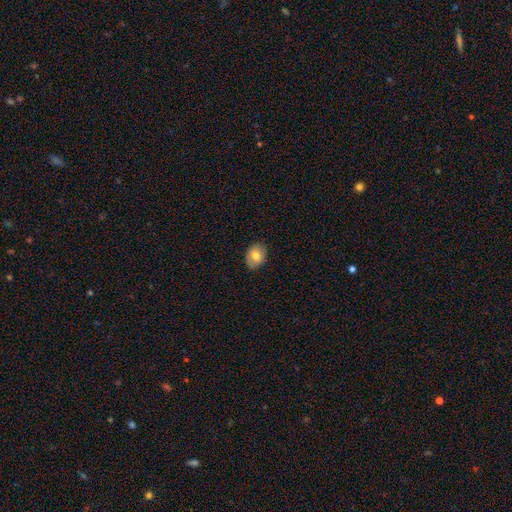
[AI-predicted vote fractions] A smooth galaxy with no disk features (73%) that is in between round and cigar-shaped (65%). Merging: none (85%).